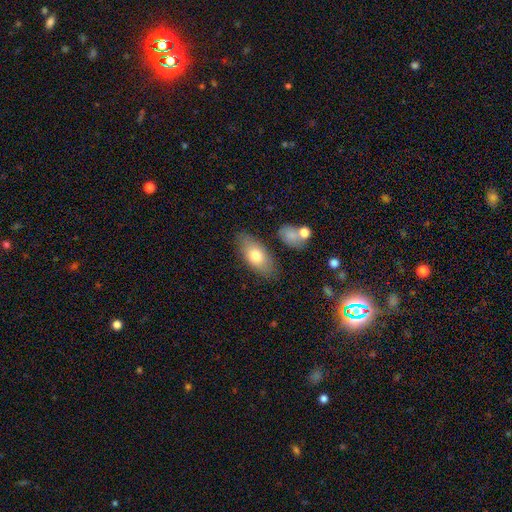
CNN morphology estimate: A smooth galaxy with no disk features (73%) that is in between round and cigar-shaped (88%).

Vote fractions:
- Smooth or featured? smooth: 73% / featured or disk: 20% / star or artifact: 7%
- How rounded? in between: 88% / cigar-shaped: 8% / round: 4%
- Merging? none: 79% / minor disturbance: 14% / merger: 4% / major disturbance: 3%